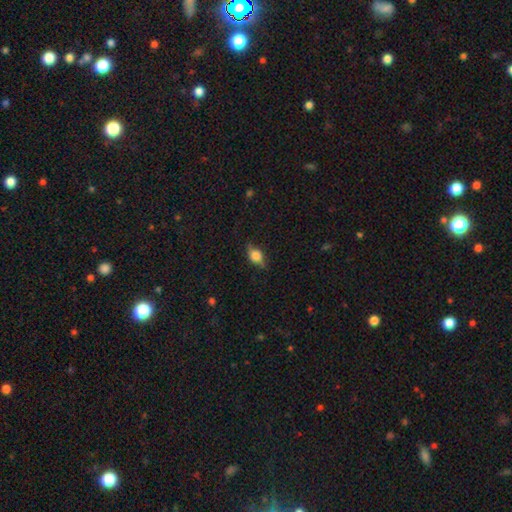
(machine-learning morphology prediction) Smooth or featured? Predicted: smooth (p=0.62). How rounded? Predicted: in between (p=0.77). Merging? Predicted: none (p=0.74).